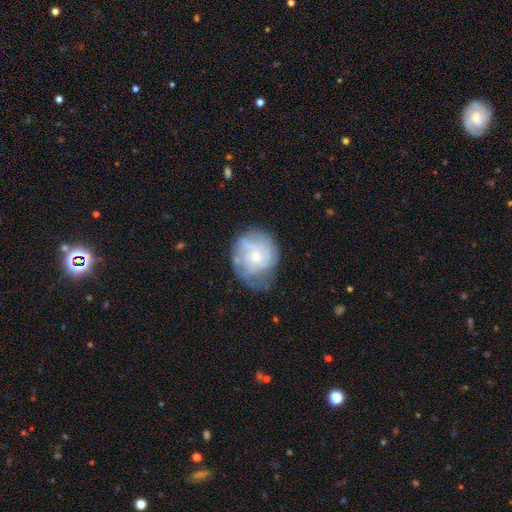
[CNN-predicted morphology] Overall: featured or disk (55%; smooth 37%). Edge-on disk: no (98%). Bar: no (81%). Spiral arms: yes (60%; no 40%). Bulge size: small (49%; moderate 42%). Merging: none (56%; minor disturbance 28%).